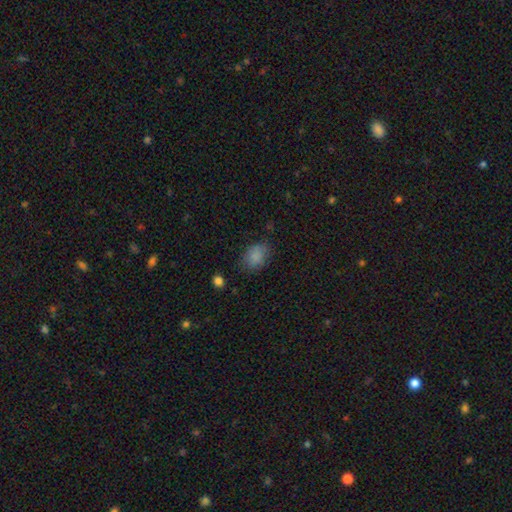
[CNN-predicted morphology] This is clearly a smooth galaxy (84%). How rounded: likely in between (73%). Merging: likely none (71%).